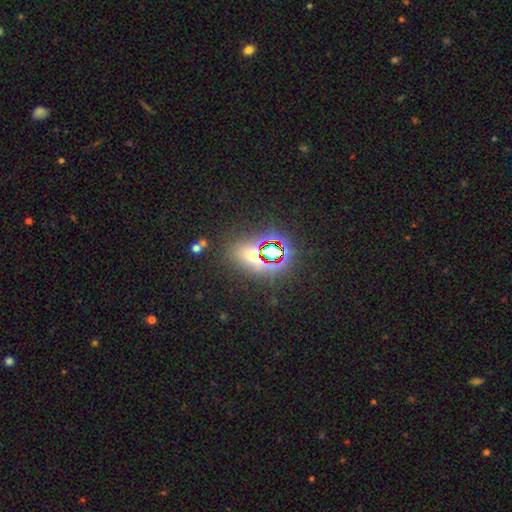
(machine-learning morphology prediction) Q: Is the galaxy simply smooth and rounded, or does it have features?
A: star or artifact — 53%.